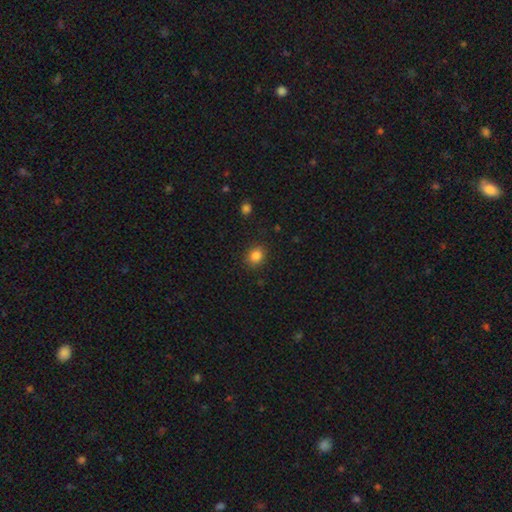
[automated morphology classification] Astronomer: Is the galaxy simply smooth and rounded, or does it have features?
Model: smooth — 85%.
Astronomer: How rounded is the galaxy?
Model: round — 70%.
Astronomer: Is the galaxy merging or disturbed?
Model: none — 87%.